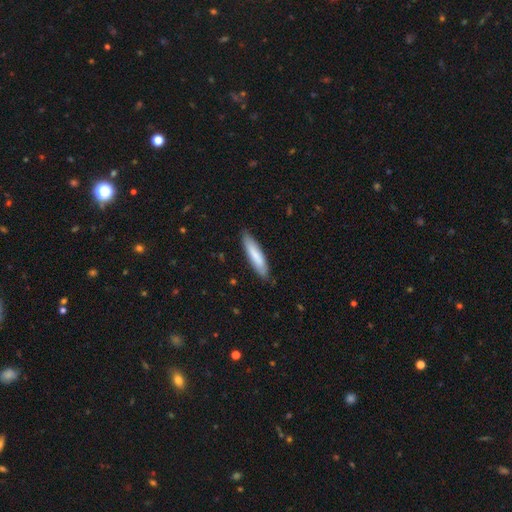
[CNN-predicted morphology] A smooth galaxy with no disk features (78%) that is cigar-shaped (77%).

Vote fractions:
- Smooth or featured? smooth: 78% / featured or disk: 17% / star or artifact: 5%
- How rounded? cigar-shaped: 77% / in between: 22% / round: 1%
- Merging? none: 85% / minor disturbance: 12% / major disturbance: 2% / merger: 1%